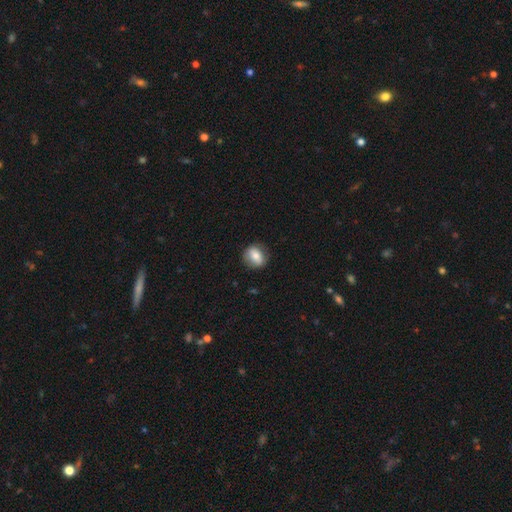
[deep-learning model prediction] Smooth or featured?
  - smooth: 72% *
  - featured or disk: 20%
  - star or artifact: 8%
How rounded?
  - round: 57% *
  - in between: 41%
  - cigar-shaped: 2%
Merging?
  - none: 83% *
  - minor disturbance: 13%
  - major disturbance: 4%
  - merger: 1%